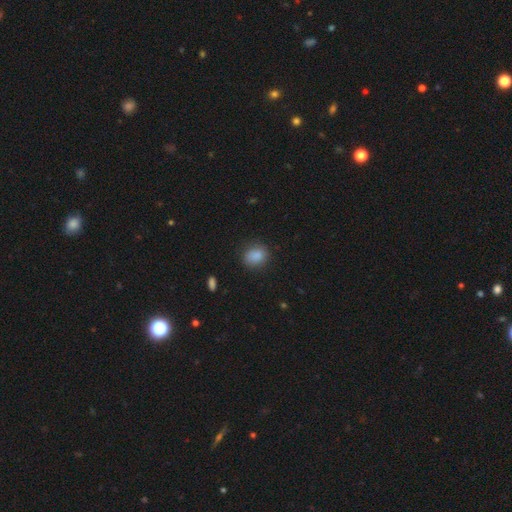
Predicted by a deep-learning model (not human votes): Overall: smooth (87%). How rounded: round (56%; in between 43%). Merging: none (82%).